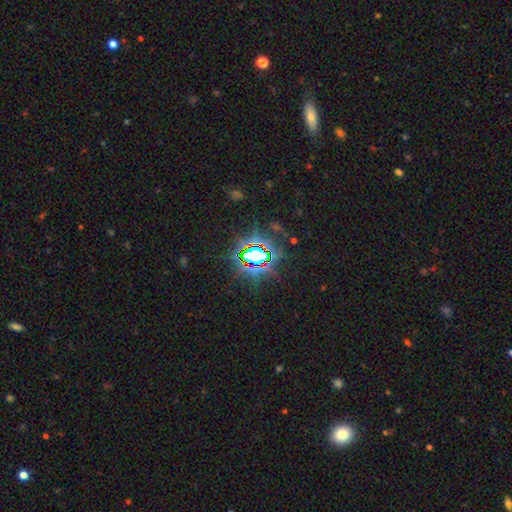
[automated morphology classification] star or artifact 78%, smooth 12%, featured or disk 10%.